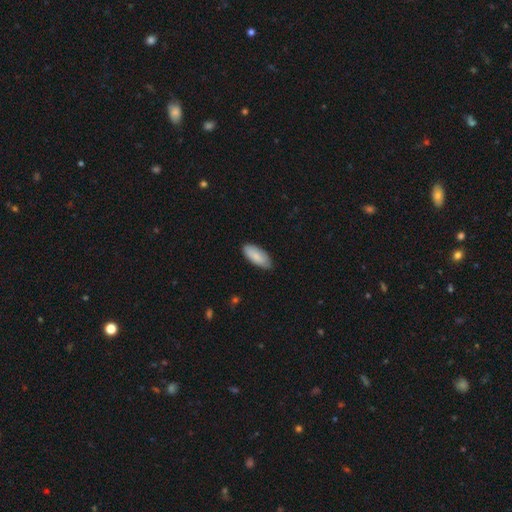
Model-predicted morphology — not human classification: Smooth or featured?
  - smooth: 86% *
  - featured or disk: 9%
  - star or artifact: 5%
How rounded?
  - in between: 85% *
  - cigar-shaped: 13%
  - round: 2%
Merging?
  - none: 81% *
  - minor disturbance: 15%
  - major disturbance: 2%
  - merger: 1%